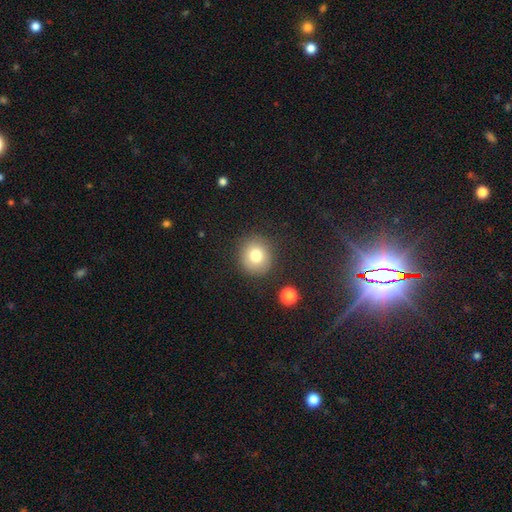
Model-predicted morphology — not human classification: A smooth galaxy with no disk features (78%) that is round (88%). Merging: none (86%).